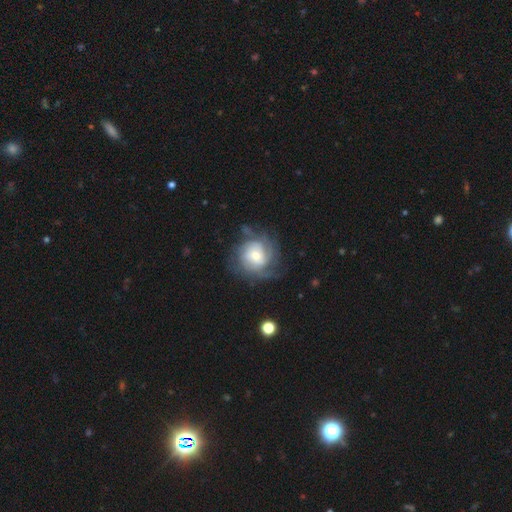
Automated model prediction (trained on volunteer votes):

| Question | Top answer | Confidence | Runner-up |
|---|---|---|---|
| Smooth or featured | featured or disk | 76% | smooth (17%) |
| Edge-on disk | no | 97% | yes (3%) |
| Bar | no | 68% | weak (26%) |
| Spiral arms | yes | 91% | no (9%) |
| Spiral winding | tight | 58% | medium (31%) |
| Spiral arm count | can't tell | 38% | 3 (20%) |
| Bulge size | moderate | 55% | small (34%) |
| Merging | none | 68% | minor disturbance (18%) |